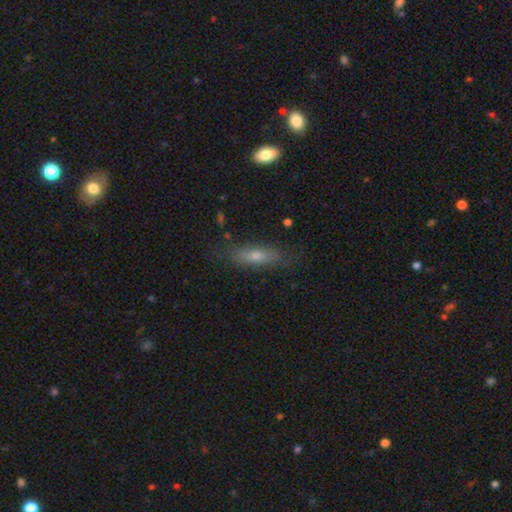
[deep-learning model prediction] Morphology: type=smooth (55%); roundness=cigar-shaped (62%); merging=none (79%).